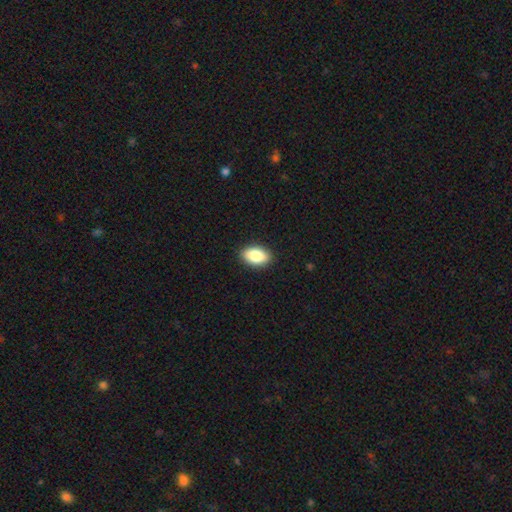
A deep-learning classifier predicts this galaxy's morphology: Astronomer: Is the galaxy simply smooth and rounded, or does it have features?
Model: smooth — 84%.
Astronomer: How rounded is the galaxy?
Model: in between — 90%.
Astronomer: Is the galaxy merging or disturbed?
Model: none — 90%.